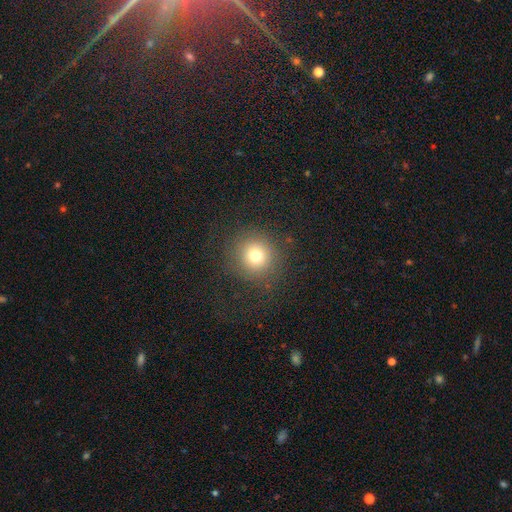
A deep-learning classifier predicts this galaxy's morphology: Q: Smooth or featured?
A: smooth (73%); runner-up: star or artifact (17%)
Q: How rounded?
A: round (94%); runner-up: in between (5%)
Q: Merging?
A: none (86%); runner-up: minor disturbance (8%)